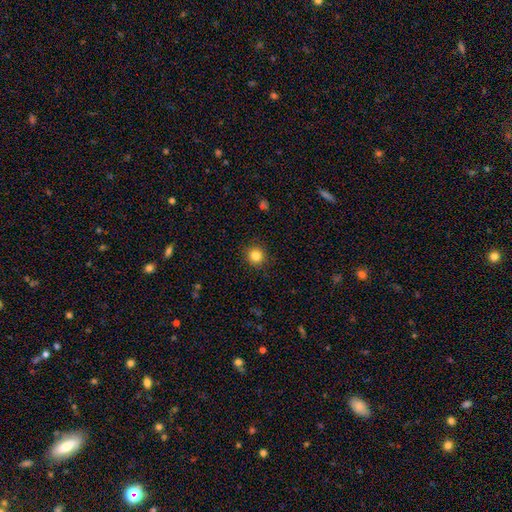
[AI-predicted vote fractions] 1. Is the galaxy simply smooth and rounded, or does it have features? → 83% smooth, 12% star or artifact, 5% featured or disk.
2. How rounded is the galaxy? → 93% round, 6% in between, 1% cigar-shaped.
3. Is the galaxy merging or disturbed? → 91% none, 6% minor disturbance, 2% major disturbance, 1% merger.